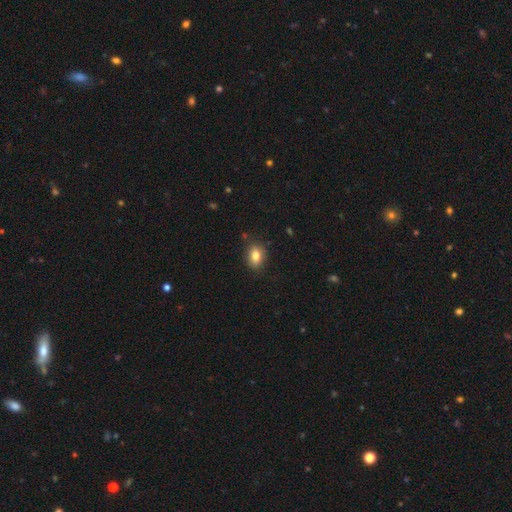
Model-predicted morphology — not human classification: type=smooth (81%); roundness=in between (77%); merging=none (83%).